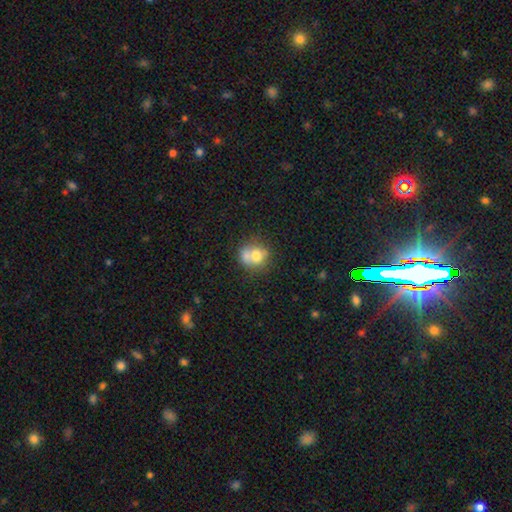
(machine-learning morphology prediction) A smooth galaxy with no disk features (68%) that is round (76%). Merging: merger (45%).